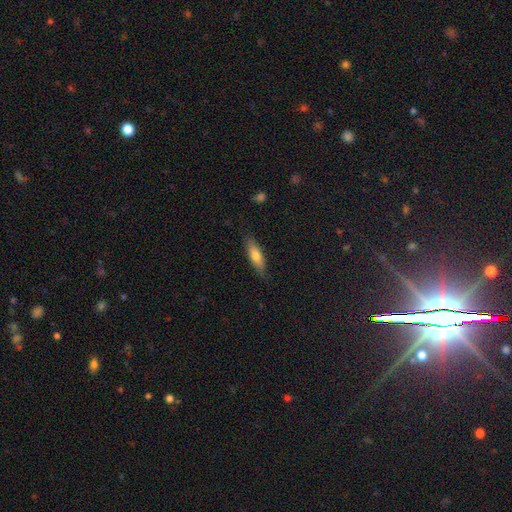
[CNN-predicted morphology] A smooth galaxy with no disk features (67%) that is cigar-shaped (56%). Merging: none (82%).